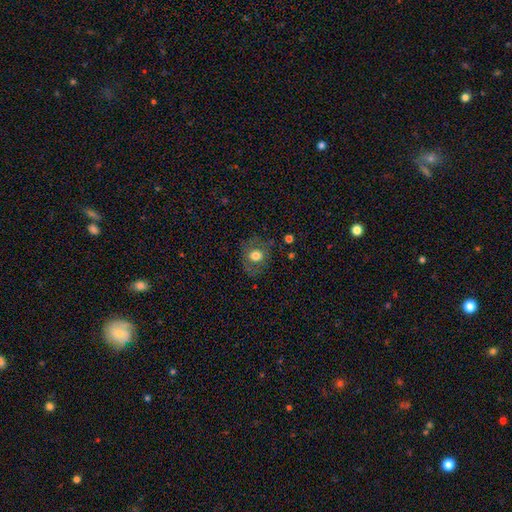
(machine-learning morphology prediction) smooth-or-featured: smooth: 69% | featured or disk: 21% | star or artifact: 10%
  how-rounded: round: 74% | in between: 25% | cigar-shaped: 1%
  merging: none: 76% | minor disturbance: 16% | major disturbance: 7% | merger: 2%